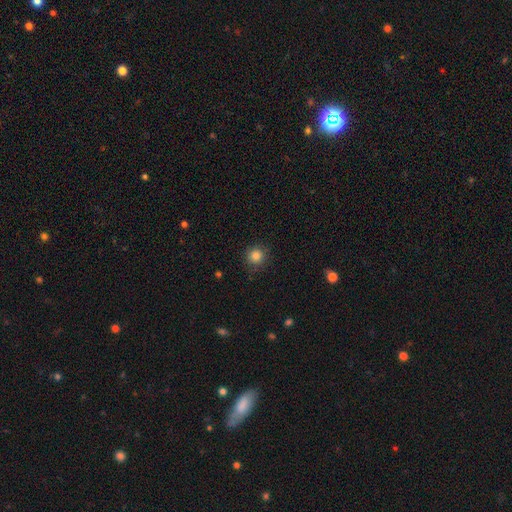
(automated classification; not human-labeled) Smooth or featured: smooth — 84% (star or artifact — 11%)
How rounded: round — 93% (in between — 6%)
Merging: none — 86% (minor disturbance — 10%)